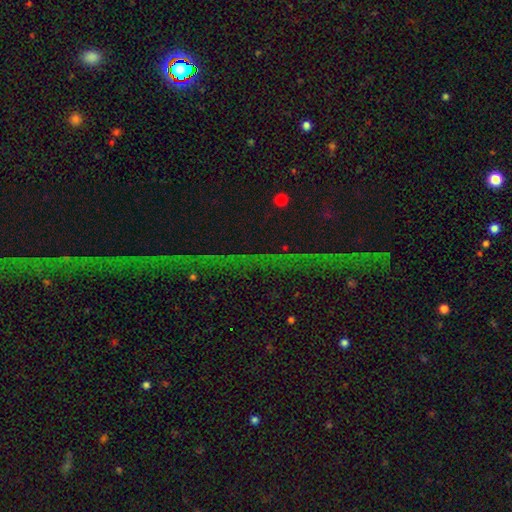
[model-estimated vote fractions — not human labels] smooth-or-featured: star or artifact: 82% | featured or disk: 10% | smooth: 8%